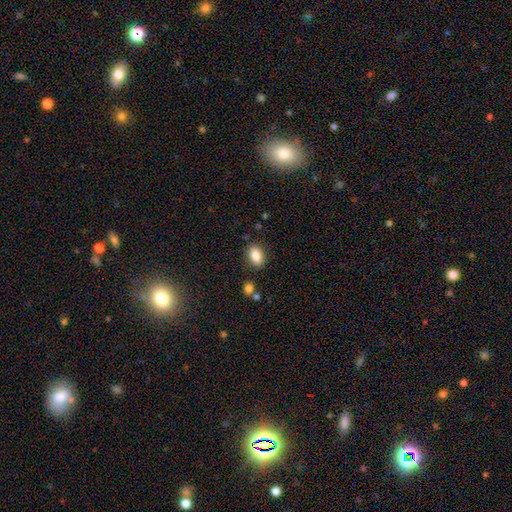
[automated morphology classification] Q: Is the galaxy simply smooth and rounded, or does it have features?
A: smooth — 85%.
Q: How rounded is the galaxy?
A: in between — 84%.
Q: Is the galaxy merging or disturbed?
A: none — 84%.